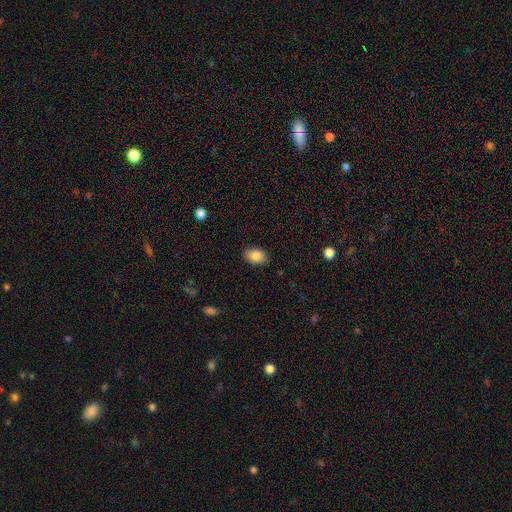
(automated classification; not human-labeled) A smooth galaxy with no disk features (86%) that is in between round and cigar-shaped (83%).

Vote fractions:
- Smooth or featured? smooth: 86% / star or artifact: 8% / featured or disk: 6%
- How rounded? in between: 83% / round: 16% / cigar-shaped: 1%
- Merging? none: 86% / minor disturbance: 11% / major disturbance: 2% / merger: 1%